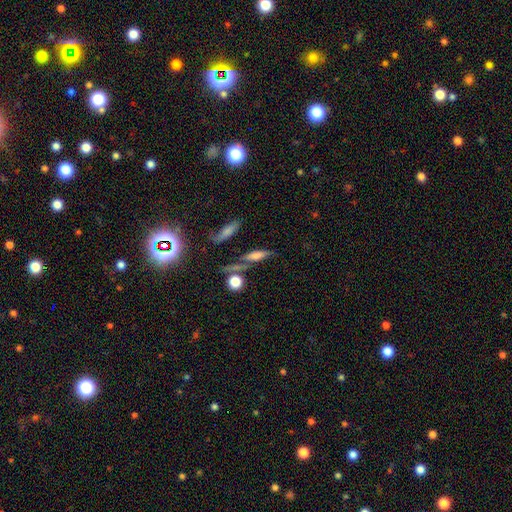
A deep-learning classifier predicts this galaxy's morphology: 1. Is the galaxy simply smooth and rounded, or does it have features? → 58% smooth, 28% featured or disk, 14% star or artifact.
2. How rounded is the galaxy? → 62% cigar-shaped, 30% in between, 7% round.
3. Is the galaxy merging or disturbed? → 59% none, 17% minor disturbance, 15% merger, 8% major disturbance.